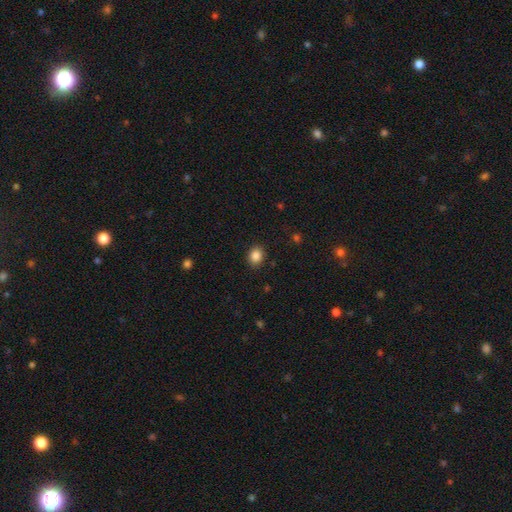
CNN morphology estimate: smooth 86%, star or artifact 10%, featured or disk 4%. Down the decision tree: how rounded — round (55%); merging — none (89%).